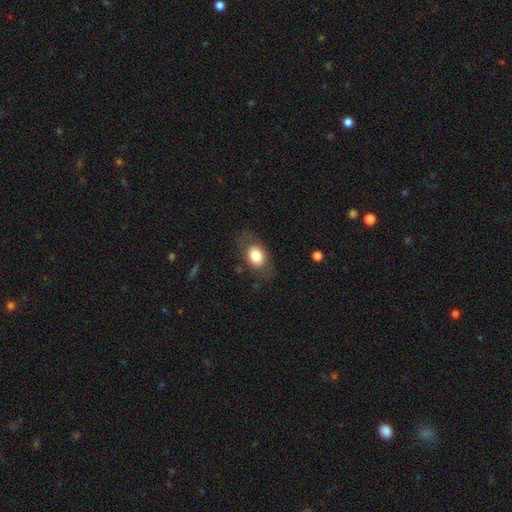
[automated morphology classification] Smooth or featured? Predicted: smooth (p=0.76). How rounded? Predicted: in between (p=0.78). Merging? Predicted: none (p=0.74).